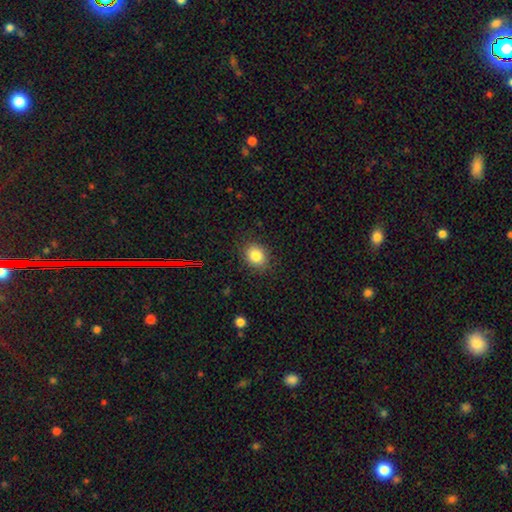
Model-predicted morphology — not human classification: Q: Smooth or featured?
A: smooth (83%); runner-up: star or artifact (10%)
Q: How rounded?
A: round (57%); runner-up: in between (42%)
Q: Merging?
A: none (85%); runner-up: minor disturbance (11%)